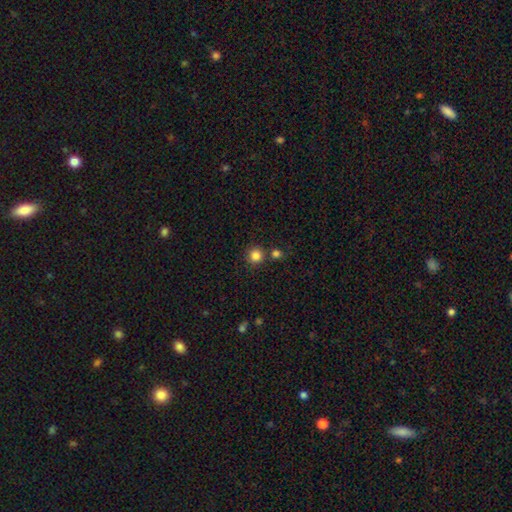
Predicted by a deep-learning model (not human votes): Smooth or featured? smooth (84%)
How rounded? round (93%)
Merging? none (78%)